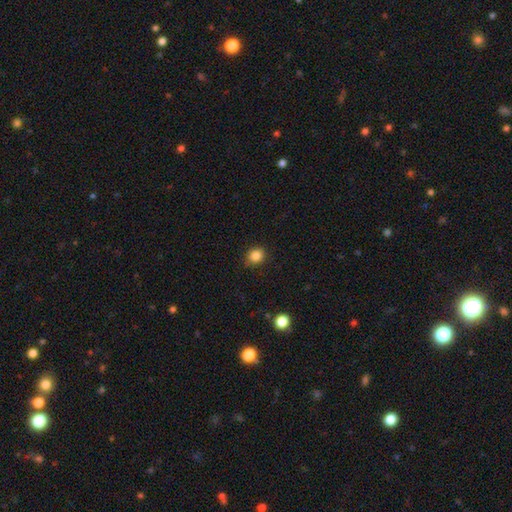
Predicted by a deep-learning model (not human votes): Q: Smooth or featured?
A: smooth (85%); runner-up: star or artifact (11%)
Q: How rounded?
A: round (81%); runner-up: in between (19%)
Q: Merging?
A: none (85%); runner-up: minor disturbance (12%)